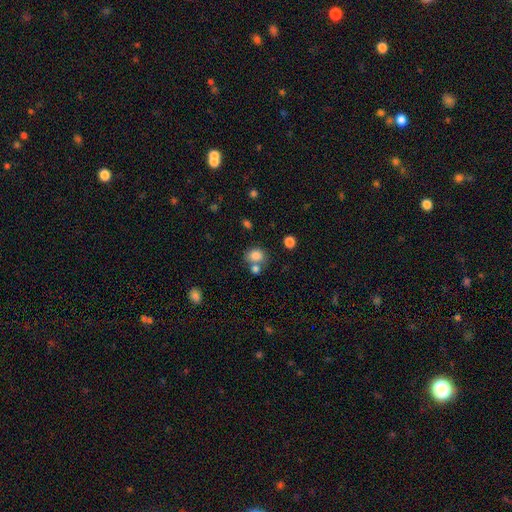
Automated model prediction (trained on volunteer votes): The model was most divided on "how rounded": round: 58%, in between: 41%, cigar-shaped: 1%. More confident: smooth or featured — smooth (82%); merging — none (56%).